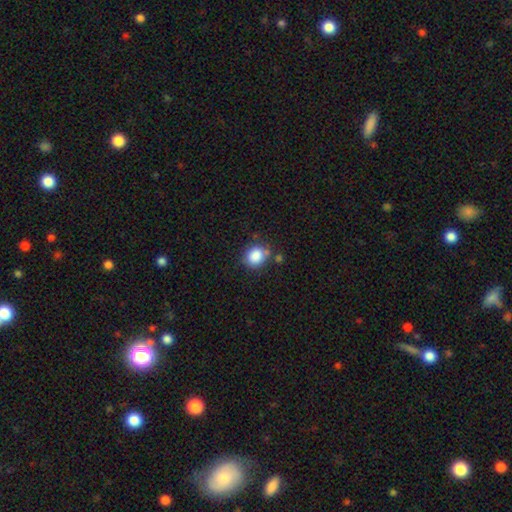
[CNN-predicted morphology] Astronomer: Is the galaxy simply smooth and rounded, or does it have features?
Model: smooth — 86%.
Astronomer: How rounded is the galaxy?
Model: round — 74%.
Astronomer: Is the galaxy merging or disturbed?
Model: none — 70%.